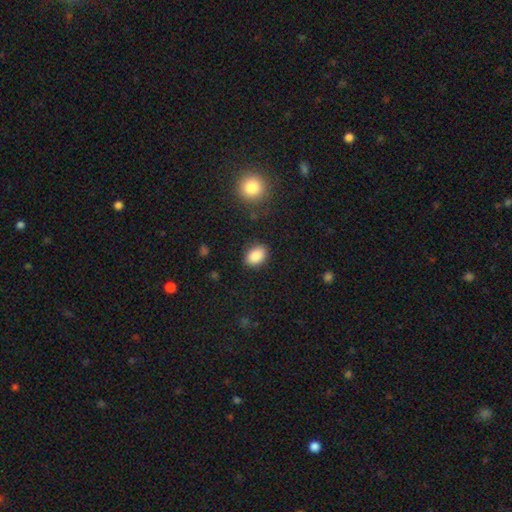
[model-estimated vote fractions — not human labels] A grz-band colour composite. It shows a smooth galaxy with no disk features (87%) that is in between round and cigar-shaped (74%). Merging: none (86%).